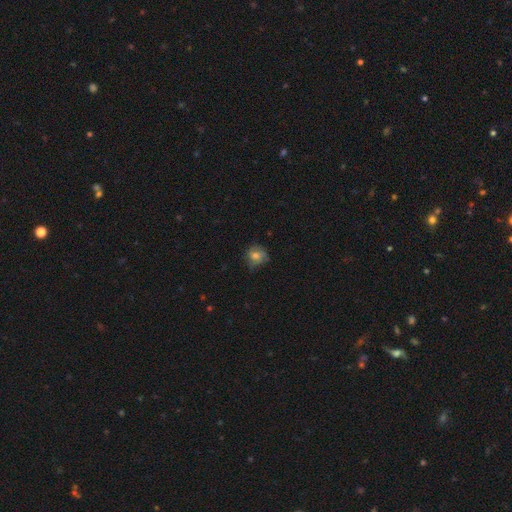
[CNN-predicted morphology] This appears to be a smooth galaxy with no disk features (67%) that is round (76%). Merging: none (60%).